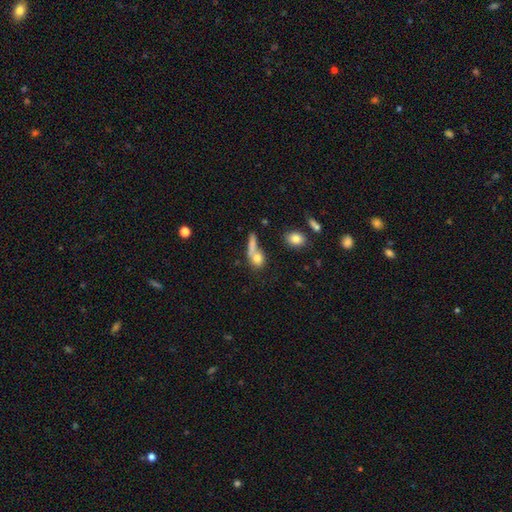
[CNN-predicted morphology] smooth 73%, featured or disk 16%, star or artifact 11%. Down the decision tree: how rounded — round (45%); merging — none (42%).